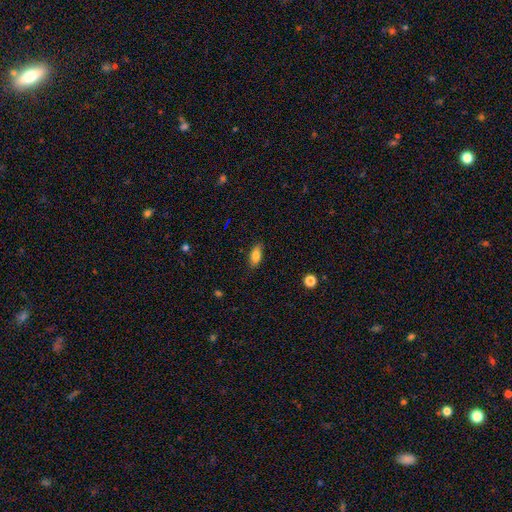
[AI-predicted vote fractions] Smooth or featured? Predicted: smooth (p=0.79). How rounded? Predicted: in between (p=0.84). Merging? Predicted: none (p=0.84).